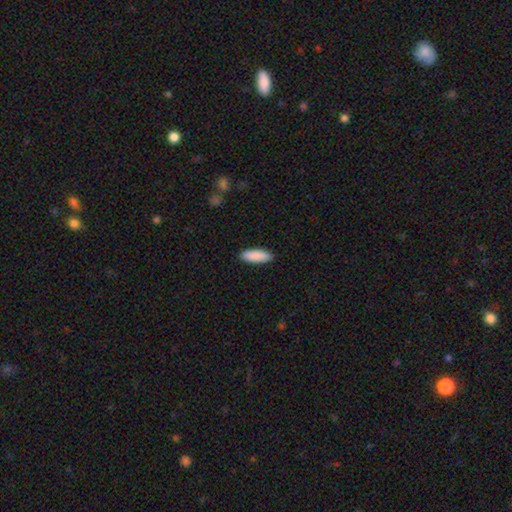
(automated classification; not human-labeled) Smooth or featured: smooth — 90% (star or artifact — 5%)
How rounded: in between — 61% (cigar-shaped — 38%)
Merging: none — 91% (minor disturbance — 7%)